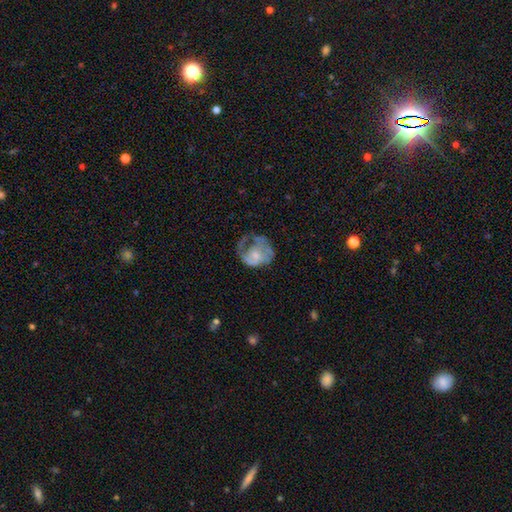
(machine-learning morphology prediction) Smooth or featured?
  - featured or disk: 58% *
  - smooth: 35%
  - star or artifact: 7%
Edge-on disk?
  - no: 98% *
  - yes: 2%
Bar?
  - no: 75% *
  - weak: 21%
  - strong: 3%
Spiral arms?
  - yes: 58% *
  - no: 42%
Bulge size?
  - small: 41% *
  - moderate: 38%
  - none: 14%
  - large: 5%
  - dominant: 1%
Merging?
  - major disturbance: 44% *
  - none: 31%
  - minor disturbance: 22%
  - merger: 3%